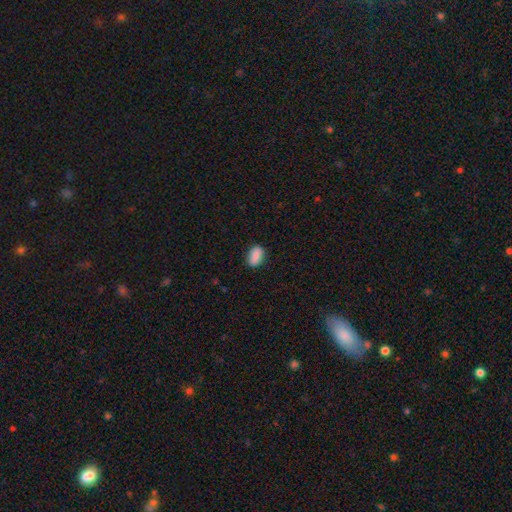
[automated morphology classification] The model was most divided on "how rounded": in between: 84%, round: 13%, cigar-shaped: 3%. More confident: merging — none (86%); smooth or featured — smooth (82%).